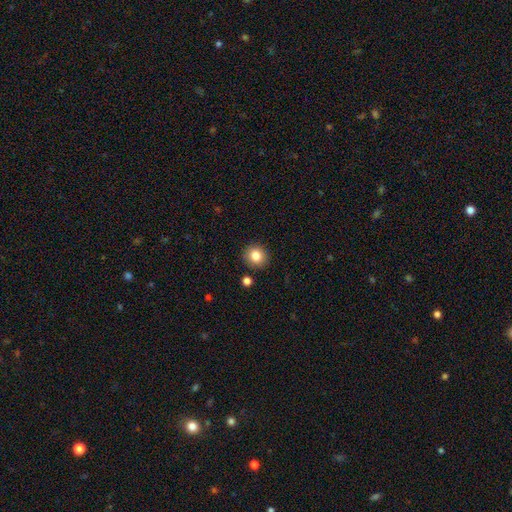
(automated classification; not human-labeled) smooth-or-featured: smooth: 85% | star or artifact: 10% | featured or disk: 6%
  how-rounded: round: 86% | in between: 13% | cigar-shaped: 1%
  merging: none: 89% | minor disturbance: 7% | merger: 2% | major disturbance: 2%